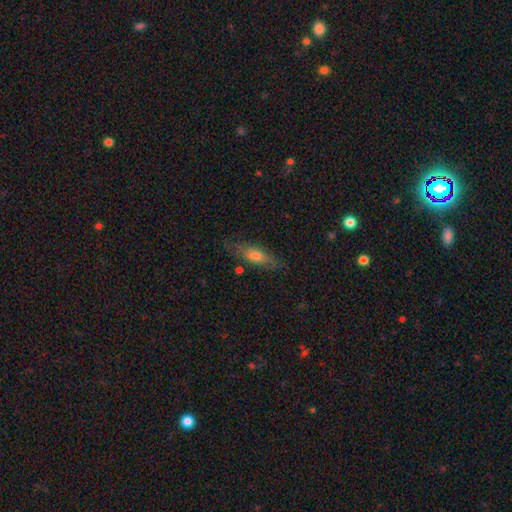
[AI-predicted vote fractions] This appears to be a smooth galaxy with no disk features (55%) that is in between round and cigar-shaped (51%). Merging: none (76%).